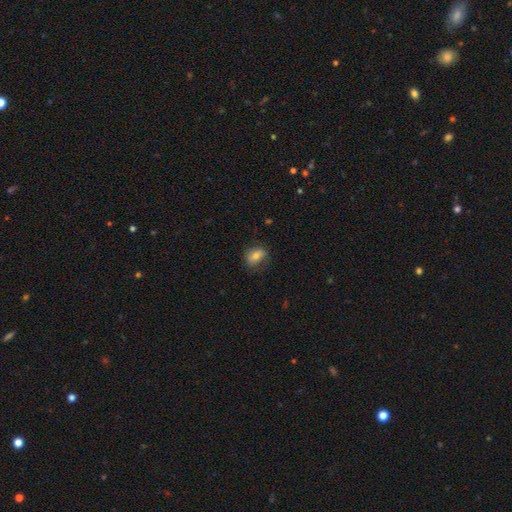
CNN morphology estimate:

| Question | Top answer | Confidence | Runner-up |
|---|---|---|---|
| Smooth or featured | smooth | 69% | featured or disk (22%) |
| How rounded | in between | 70% | round (27%) |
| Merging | none | 70% | minor disturbance (22%) |